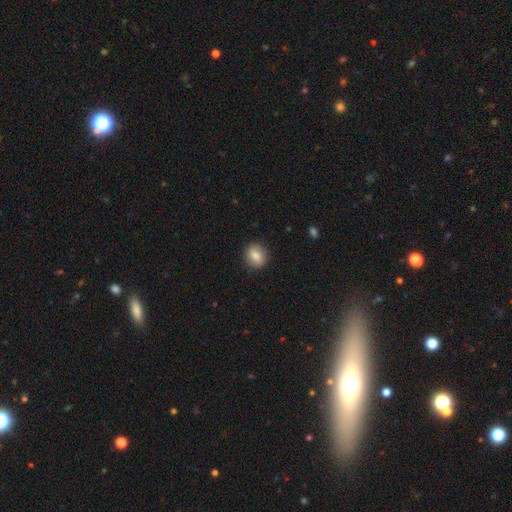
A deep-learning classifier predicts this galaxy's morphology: Smooth or featured: smooth — 83% (featured or disk — 9%)
How rounded: round — 70% (in between — 29%)
Merging: none — 88% (minor disturbance — 8%)